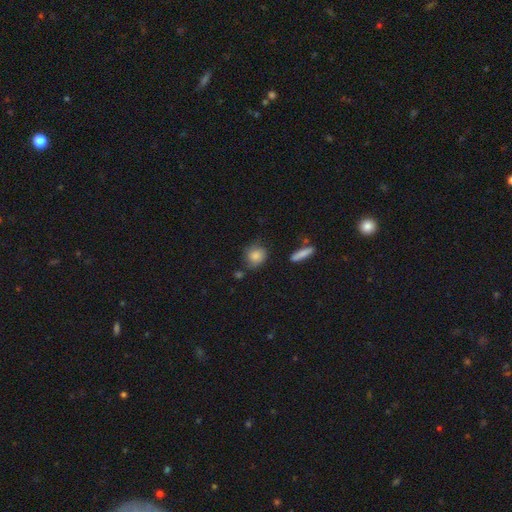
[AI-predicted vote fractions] This is clearly a smooth galaxy (83%). How rounded: likely round (75%). Merging: likely none (70%).